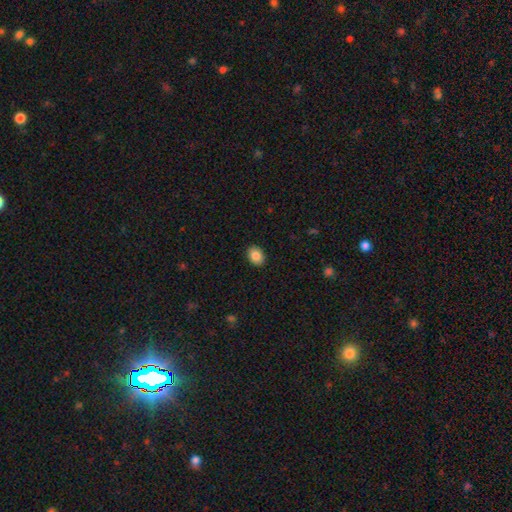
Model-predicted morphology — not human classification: type=smooth (87%); roundness=in between (68%); merging=none (90%).